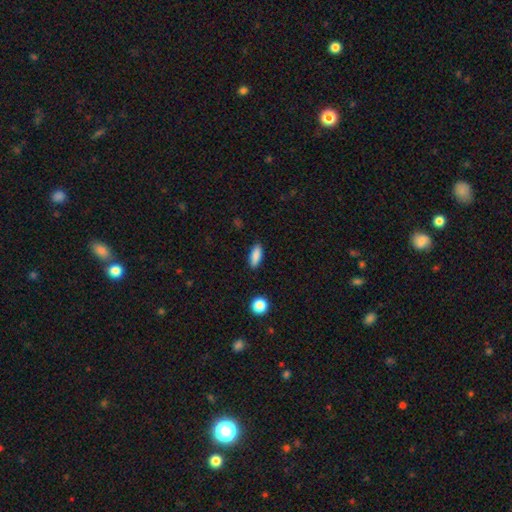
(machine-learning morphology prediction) The model was most divided on "how rounded": in between: 73%, cigar-shaped: 24%, round: 3%. More confident: merging — none (88%); smooth or featured — smooth (87%).